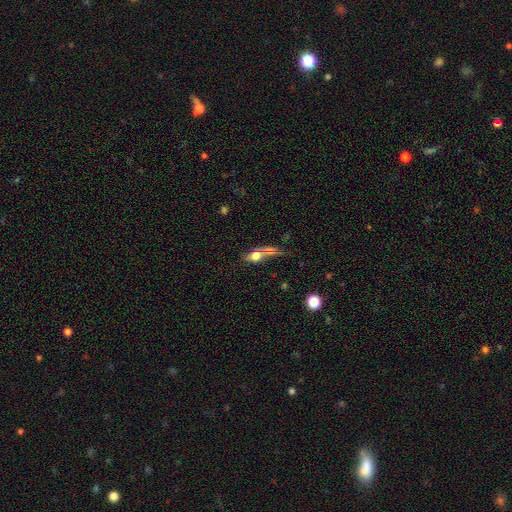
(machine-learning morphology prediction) Q: Smooth or featured?
A: smooth (53%); runner-up: featured or disk (31%)
Q: How rounded?
A: in between (53%); runner-up: cigar-shaped (28%)
Q: Merging?
A: none (37%); runner-up: merger (23%)